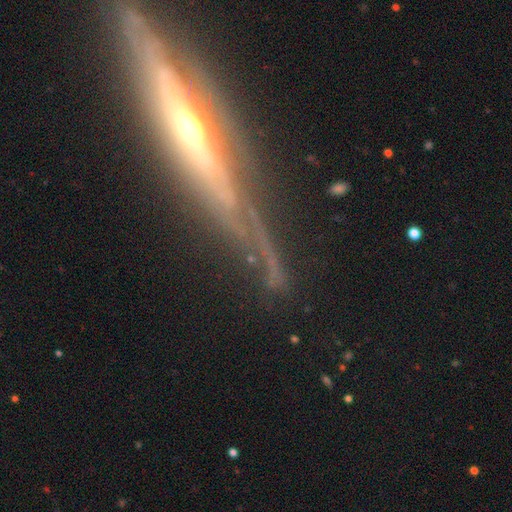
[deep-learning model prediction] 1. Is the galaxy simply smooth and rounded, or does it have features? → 72% featured or disk, 14% star or artifact, 13% smooth.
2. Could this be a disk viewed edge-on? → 74% yes, 26% no.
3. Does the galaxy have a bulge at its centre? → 71% rounded, 21% none, 8% boxy.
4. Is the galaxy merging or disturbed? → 65% none, 17% minor disturbance, 14% major disturbance, 4% merger.